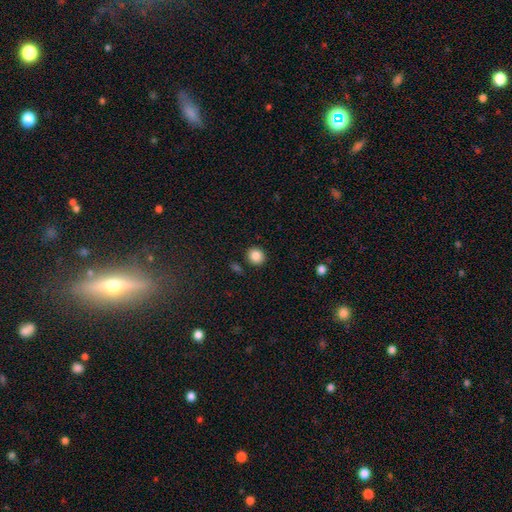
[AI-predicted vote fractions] Smooth or featured?
  - smooth: 85% *
  - star or artifact: 9%
  - featured or disk: 5%
How rounded?
  - round: 86% *
  - in between: 14%
  - cigar-shaped: 1%
Merging?
  - none: 89% *
  - minor disturbance: 6%
  - merger: 3%
  - major disturbance: 2%